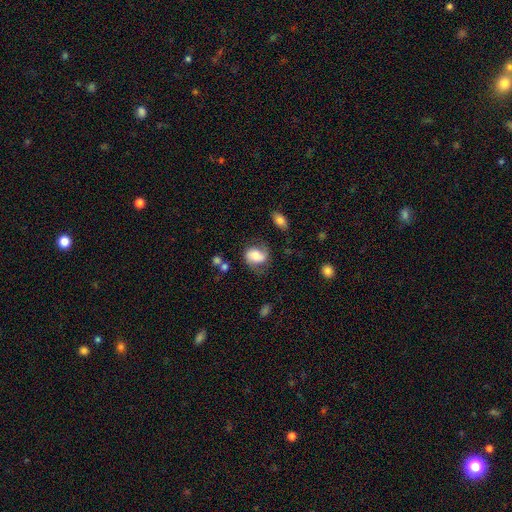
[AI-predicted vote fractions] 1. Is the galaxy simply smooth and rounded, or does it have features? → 55% smooth, 36% featured or disk, 9% star or artifact.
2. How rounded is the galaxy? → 63% in between, 35% round, 2% cigar-shaped.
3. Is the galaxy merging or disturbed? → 59% none, 24% minor disturbance, 13% major disturbance, 4% merger.